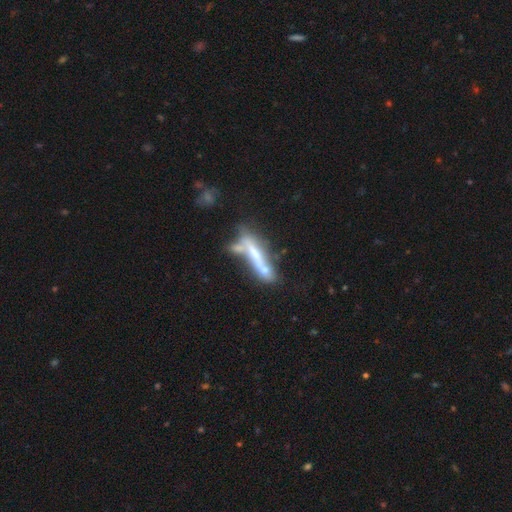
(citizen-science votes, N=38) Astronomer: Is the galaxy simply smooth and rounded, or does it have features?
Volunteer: featured or disk — 50% (runner-up: smooth, 47%).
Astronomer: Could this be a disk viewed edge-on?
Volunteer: yes — 68%.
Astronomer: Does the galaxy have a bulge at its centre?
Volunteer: none — 62% (runner-up: boxy, 38%).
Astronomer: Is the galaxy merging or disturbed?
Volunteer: merger — 49% (runner-up: none, 32%).